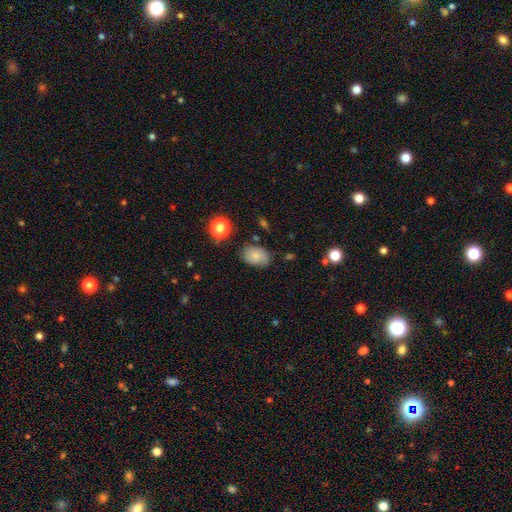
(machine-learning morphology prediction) Q: Smooth or featured?
A: smooth (76%); runner-up: featured or disk (14%)
Q: How rounded?
A: in between (82%); runner-up: round (17%)
Q: Merging?
A: none (69%); runner-up: minor disturbance (22%)